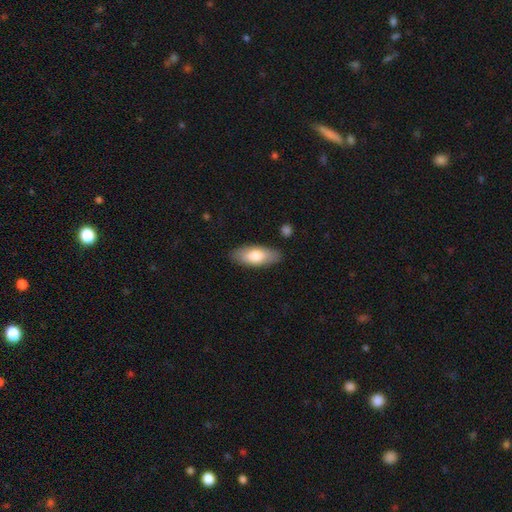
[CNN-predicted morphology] Q: Smooth or featured?
A: smooth (75%); runner-up: featured or disk (19%)
Q: How rounded?
A: in between (81%); runner-up: cigar-shaped (16%)
Q: Merging?
A: none (85%); runner-up: minor disturbance (11%)